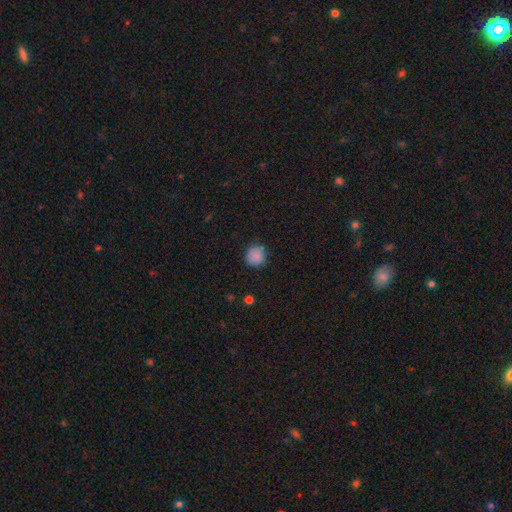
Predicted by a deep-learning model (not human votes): smooth 85%, star or artifact 10%, featured or disk 5%. Down the decision tree: how rounded — round (88%); merging — none (81%).